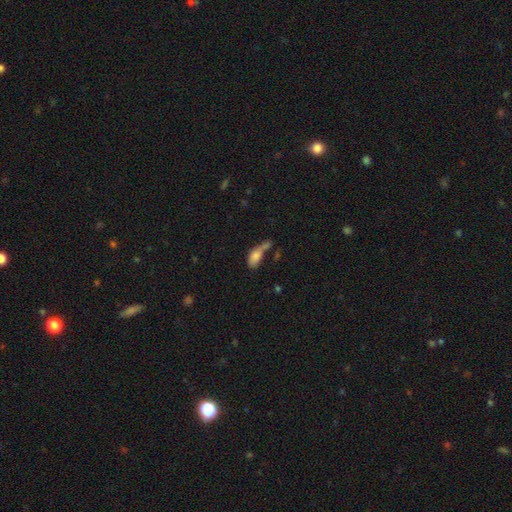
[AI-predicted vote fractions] Morphology: type=smooth (75%); roundness=in between (83%); merging=merger (37%).